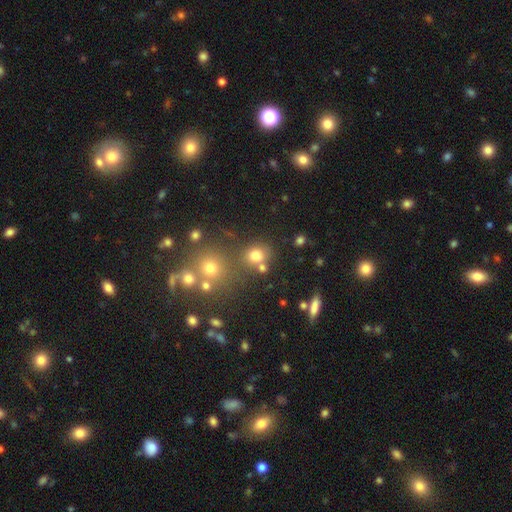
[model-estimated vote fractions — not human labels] The model was most divided on "merging": none: 64%, merger: 19%, minor disturbance: 12%, major disturbance: 6%. More confident: smooth or featured — smooth (74%); how rounded — round (72%).